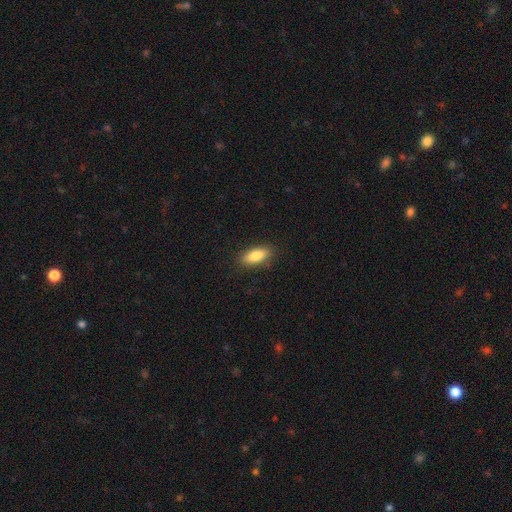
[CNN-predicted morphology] Smooth or featured? Predicted: smooth (p=0.84). How rounded? Predicted: in between (p=0.79). Merging? Predicted: none (p=0.87).